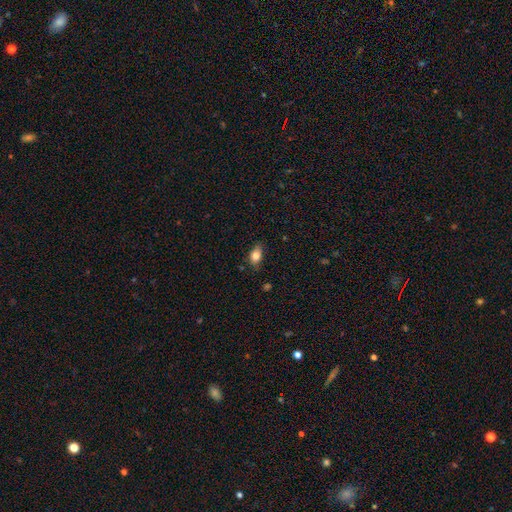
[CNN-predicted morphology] A smooth galaxy with no disk features (81%) that is in between round and cigar-shaped (84%).

Vote fractions:
- Smooth or featured? smooth: 81% / featured or disk: 10% / star or artifact: 9%
- How rounded? in between: 84% / round: 12% / cigar-shaped: 4%
- Merging? none: 75% / minor disturbance: 20% / major disturbance: 3% / merger: 1%